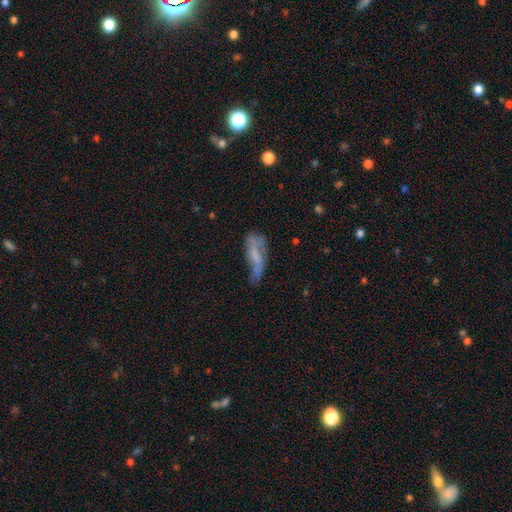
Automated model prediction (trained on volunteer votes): smooth-or-featured: smooth: 46% | featured or disk: 44% | star or artifact: 10%
  merging: none: 34% | minor disturbance: 32% | major disturbance: 28% | merger: 6%